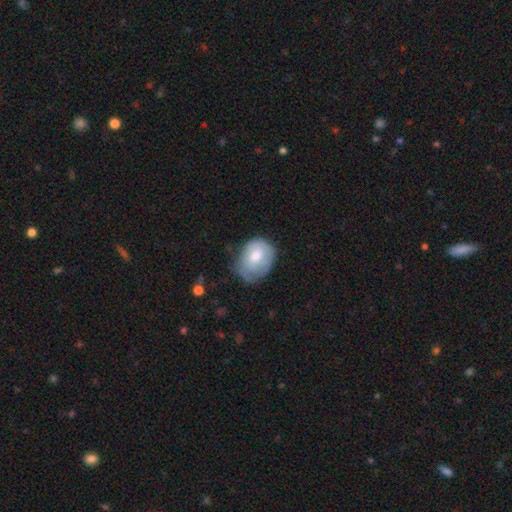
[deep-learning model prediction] This is likely a smooth galaxy (65%). How rounded: possibly in between (53%). Merging: possibly none (45%).